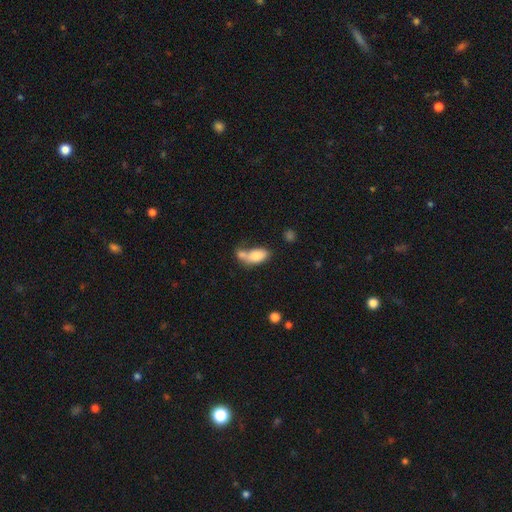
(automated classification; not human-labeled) This is likely a smooth galaxy (78%). How rounded: clearly in between (88%). Merging: possibly merger (50%).